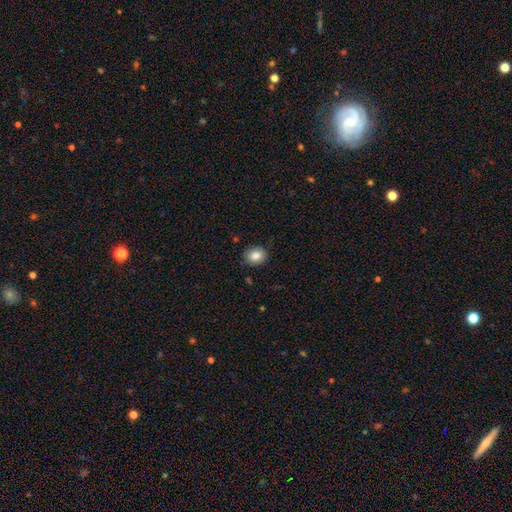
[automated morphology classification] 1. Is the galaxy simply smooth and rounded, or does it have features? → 86% smooth, 9% star or artifact, 5% featured or disk.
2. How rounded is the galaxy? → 59% round, 40% in between, 1% cigar-shaped.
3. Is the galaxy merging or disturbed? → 85% none, 11% minor disturbance, 3% major disturbance, 1% merger.